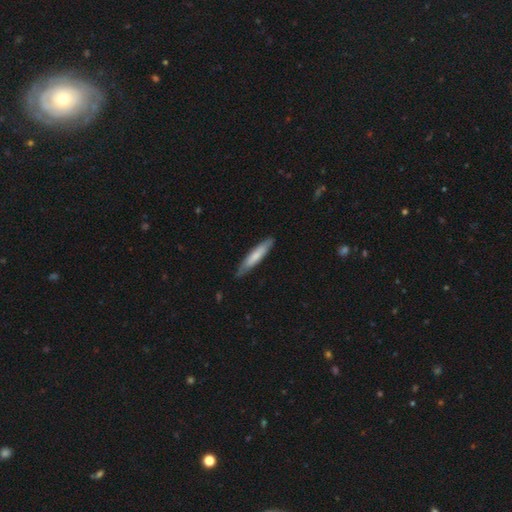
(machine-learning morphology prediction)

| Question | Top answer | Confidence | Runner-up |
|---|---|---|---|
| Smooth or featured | smooth | 67% | featured or disk (28%) |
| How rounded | cigar-shaped | 89% | in between (10%) |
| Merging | none | 82% | minor disturbance (15%) |